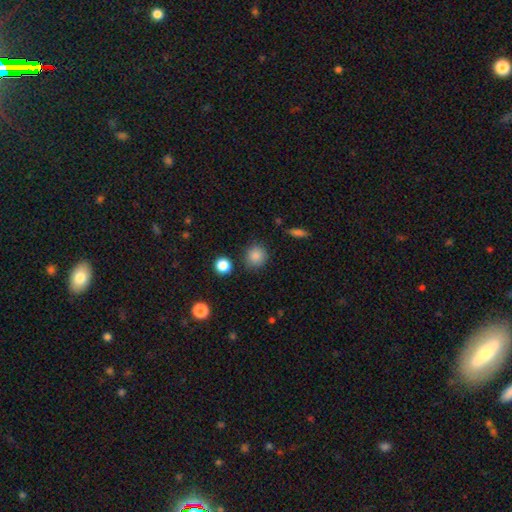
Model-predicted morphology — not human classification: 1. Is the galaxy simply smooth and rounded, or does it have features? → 86% smooth, 10% star or artifact, 4% featured or disk.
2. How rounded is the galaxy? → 87% round, 12% in between, 1% cigar-shaped.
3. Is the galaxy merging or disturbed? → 85% none, 9% minor disturbance, 3% major disturbance, 3% merger.